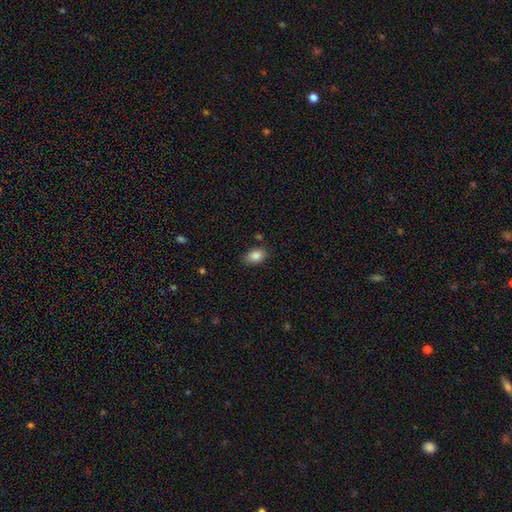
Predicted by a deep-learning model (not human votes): Q: Smooth or featured?
A: smooth (85%); runner-up: star or artifact (8%)
Q: How rounded?
A: in between (86%); runner-up: round (13%)
Q: Merging?
A: none (81%); runner-up: minor disturbance (14%)